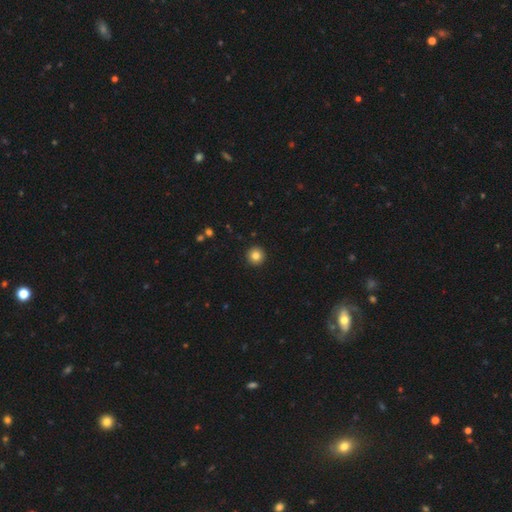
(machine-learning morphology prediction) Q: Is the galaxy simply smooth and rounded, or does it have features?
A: smooth — 83%.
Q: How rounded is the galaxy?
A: round — 96%.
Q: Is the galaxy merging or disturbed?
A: none — 93%.